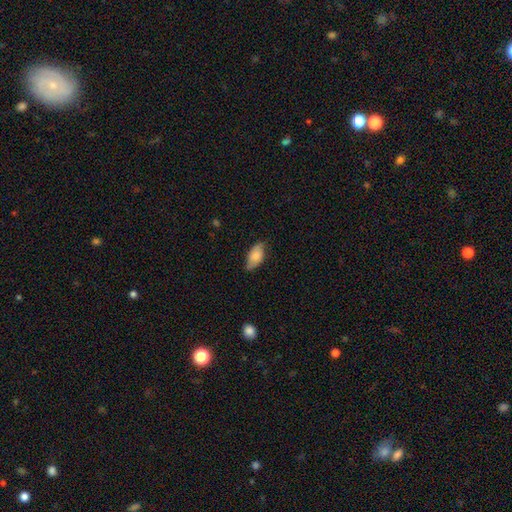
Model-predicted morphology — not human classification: Smooth or featured? smooth (72%)
How rounded? in between (91%)
Merging? none (68%)